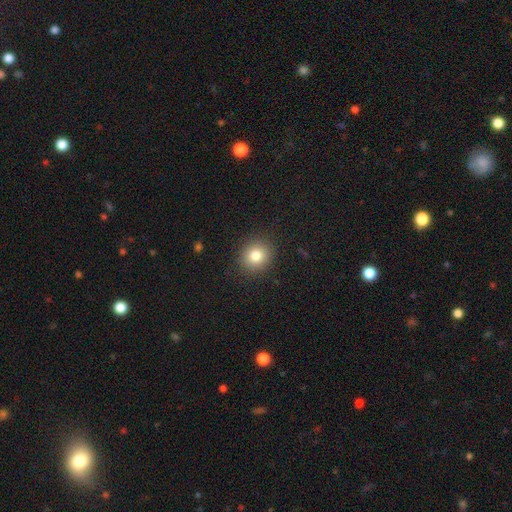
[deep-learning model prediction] This is clearly a smooth galaxy (81%). How rounded: likely round (79%). Merging: clearly none (89%).